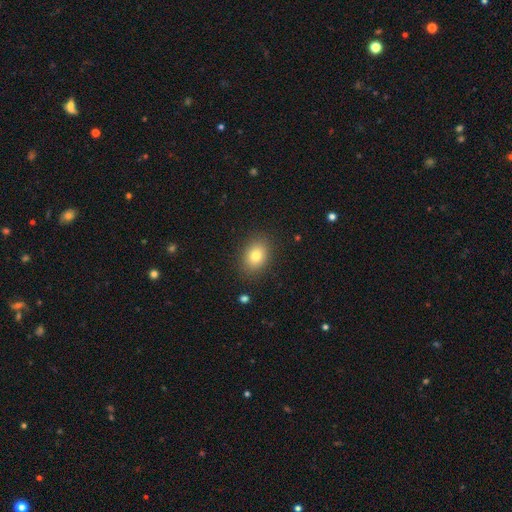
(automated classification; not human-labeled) A smooth galaxy with no disk features (79%) that is in between round and cigar-shaped (70%). Merging: none (87%).